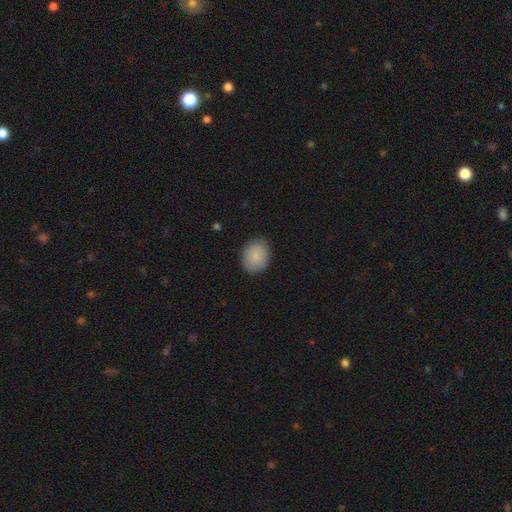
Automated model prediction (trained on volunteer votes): This is clearly a smooth galaxy (87%). How rounded: likely in between (60%). Merging: clearly none (84%).